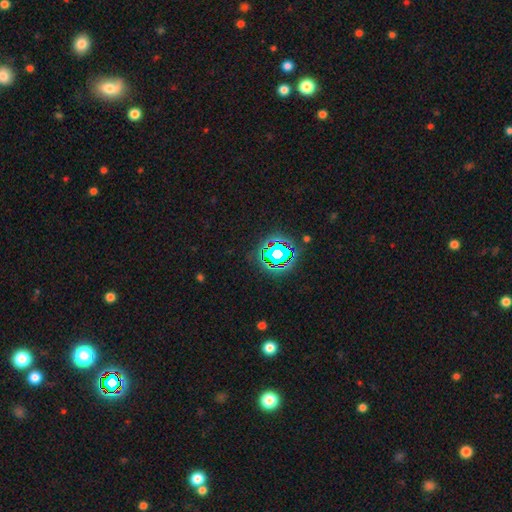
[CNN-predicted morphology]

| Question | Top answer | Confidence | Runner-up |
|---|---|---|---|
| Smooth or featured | star or artifact | 79% | smooth (13%) |